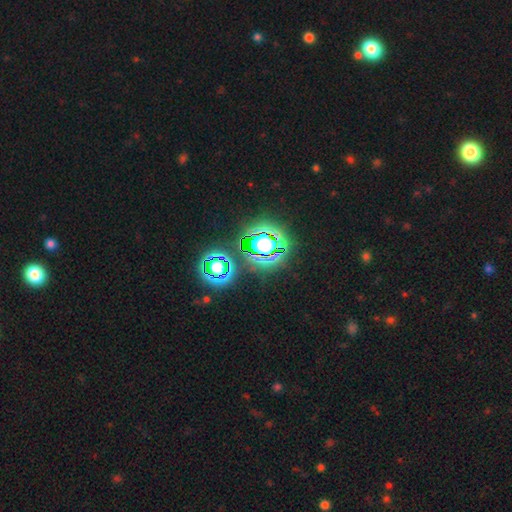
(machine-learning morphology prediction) star or artifact 80%, smooth 13%, featured or disk 7%.